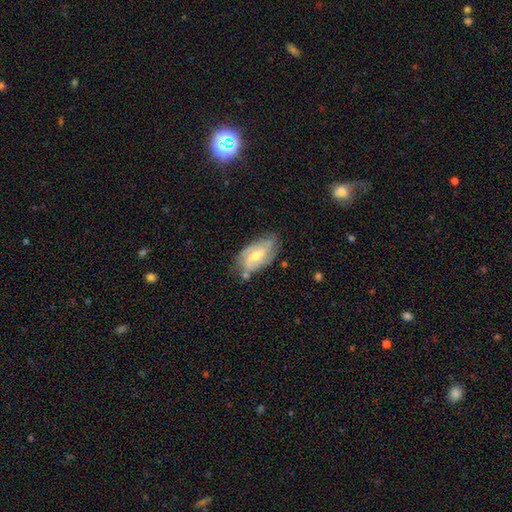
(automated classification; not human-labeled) Q: Smooth or featured?
A: featured or disk (73%); runner-up: smooth (20%)
Q: Edge-on disk?
A: no (94%); runner-up: yes (6%)
Q: Bar?
A: weak (51%); runner-up: no (33%)
Q: Spiral arms?
A: yes (90%); runner-up: no (10%)
Q: Spiral winding?
A: medium (44%); runner-up: tight (36%)
Q: Spiral arm count?
A: 2 (60%); runner-up: can't tell (19%)
Q: Bulge size?
A: moderate (59%); runner-up: small (35%)
Q: Merging?
A: none (67%); runner-up: minor disturbance (23%)